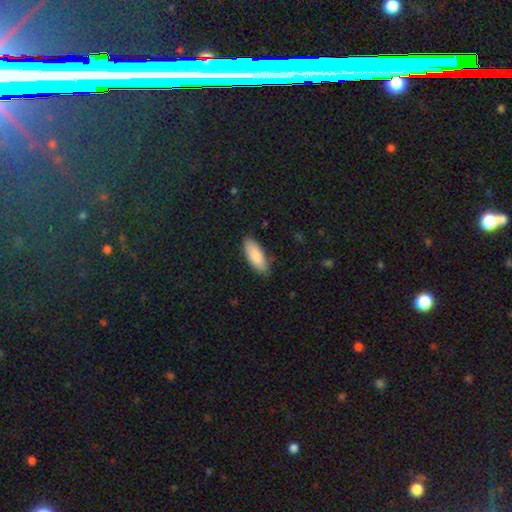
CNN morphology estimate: Smooth or featured: smooth — 84% (featured or disk — 10%)
How rounded: in between — 76% (cigar-shaped — 23%)
Merging: none — 82% (minor disturbance — 14%)